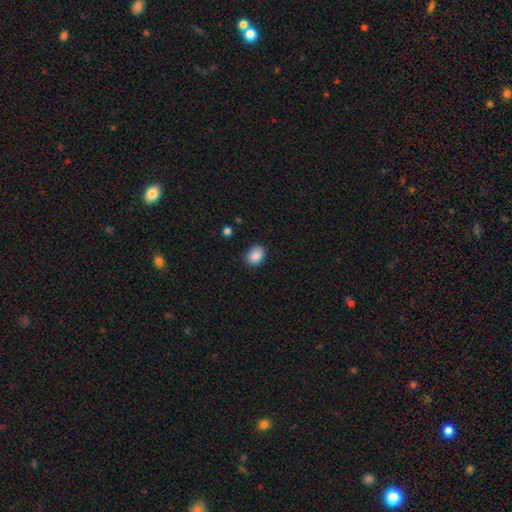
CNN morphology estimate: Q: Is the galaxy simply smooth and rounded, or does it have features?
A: smooth — 88%.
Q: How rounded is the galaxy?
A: in between — 58%.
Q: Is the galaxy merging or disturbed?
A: none — 83%.